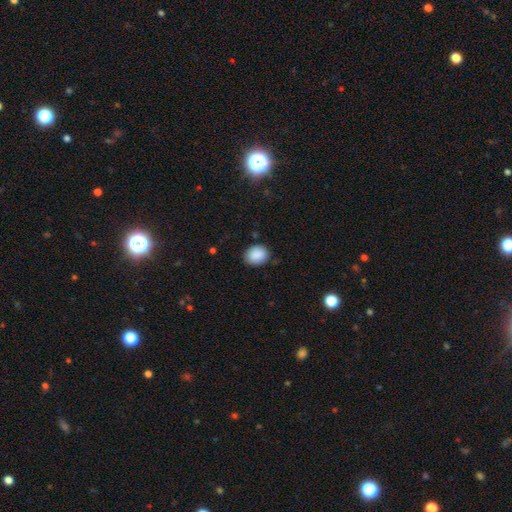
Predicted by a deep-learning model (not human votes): smooth 89%, star or artifact 8%, featured or disk 3%. Down the decision tree: how rounded — round (52%); merging — none (84%).